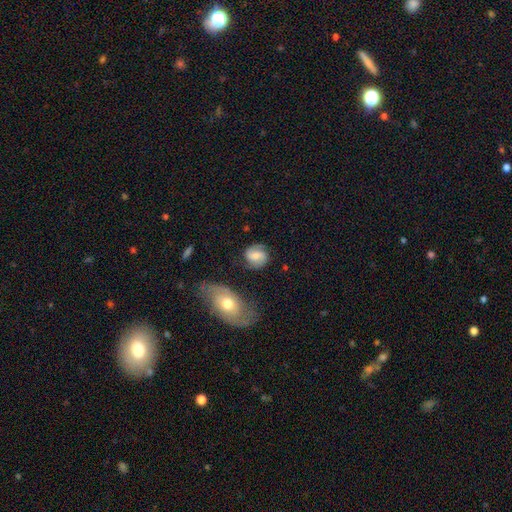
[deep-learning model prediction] featured or disk 50%, smooth 43%, star or artifact 8%. Down the decision tree: merging — none (76%).